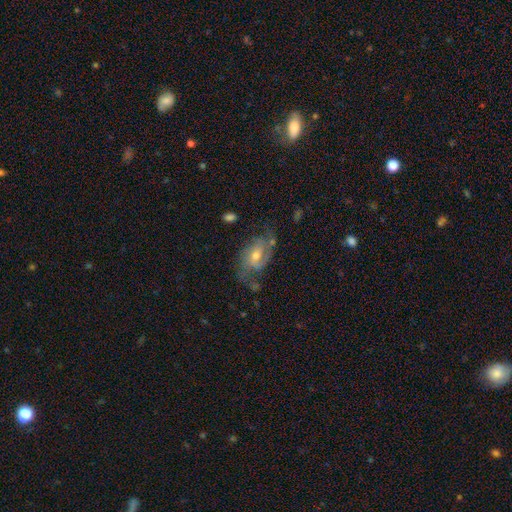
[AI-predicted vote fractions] featured or disk 77%, smooth 16%, star or artifact 7%. Down the decision tree: edge-on disk — no (96%); bar — no (46%); spiral arms — yes (91%); spiral arm count — 2 (75%); spiral winding — medium (47%); bulge size — moderate (58%); merging — none (58%).